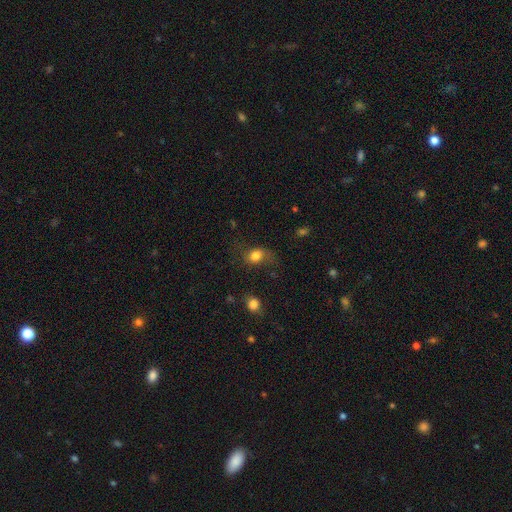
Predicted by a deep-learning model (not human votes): A smooth galaxy with no disk features (78%) that is in between round and cigar-shaped (52%).

Vote fractions:
- Smooth or featured? smooth: 78% / featured or disk: 11% / star or artifact: 11%
- How rounded? in between: 52% / round: 46% / cigar-shaped: 1%
- Merging? none: 54% / minor disturbance: 25% / major disturbance: 18% / merger: 3%